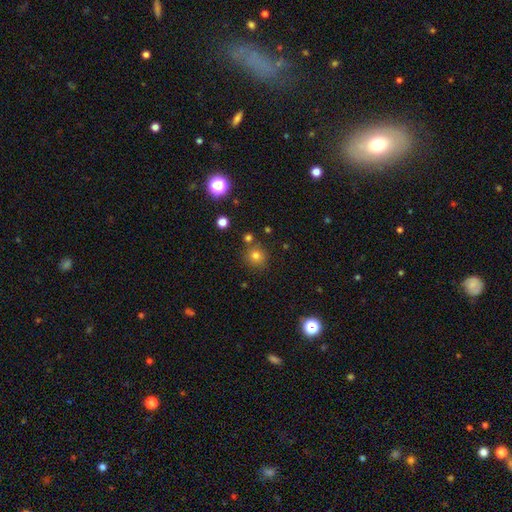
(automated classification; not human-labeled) Smooth or featured? Predicted: smooth (p=0.77). How rounded? Predicted: round (p=0.89). Merging? Predicted: none (p=0.78).